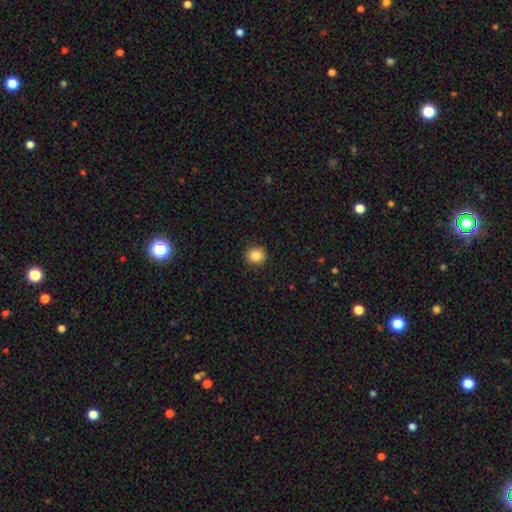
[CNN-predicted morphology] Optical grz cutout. It shows a smooth galaxy with no disk features (84%) that is round (83%). Merging: none (89%).